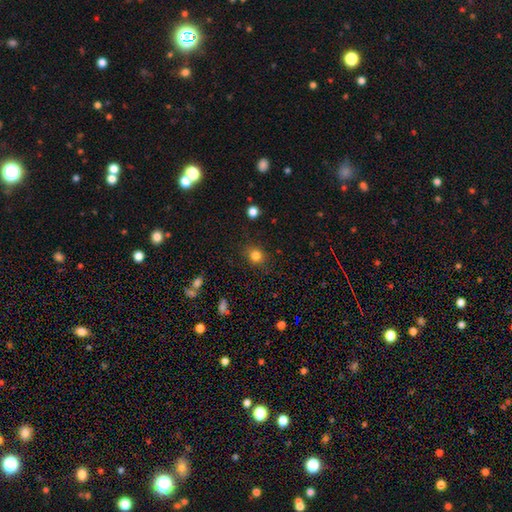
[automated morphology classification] A smooth galaxy with no disk features (82%) that is round (73%).

Vote fractions:
- Smooth or featured? smooth: 82% / star or artifact: 12% / featured or disk: 5%
- How rounded? round: 73% / in between: 26% / cigar-shaped: 1%
- Merging? none: 84% / minor disturbance: 11% / major disturbance: 3% / merger: 2%